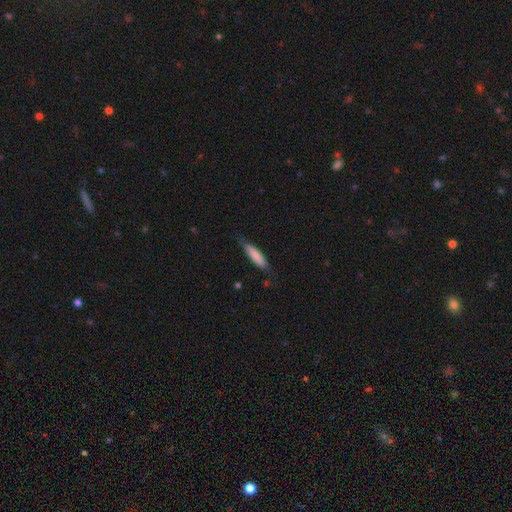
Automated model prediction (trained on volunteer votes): This is likely a smooth galaxy (78%). How rounded: likely cigar-shaped (78%). Merging: likely none (73%).